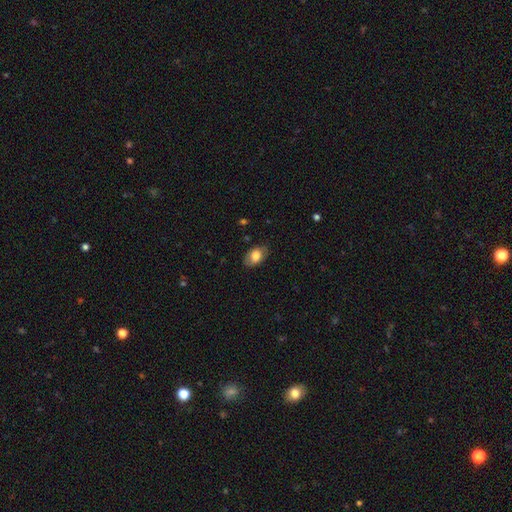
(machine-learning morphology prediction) Smooth or featured: smooth — 73% (featured or disk — 20%)
How rounded: in between — 90% (round — 9%)
Merging: none — 78% (minor disturbance — 17%)